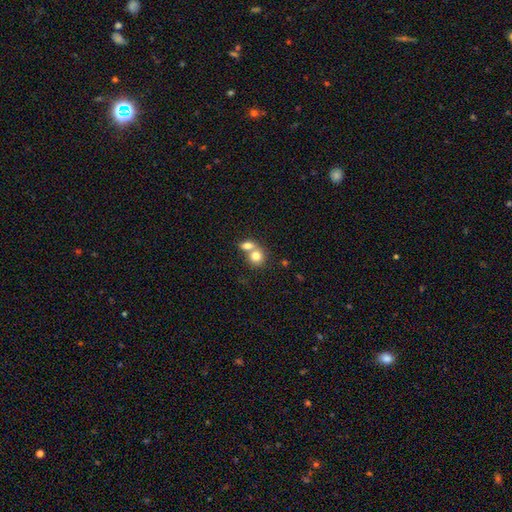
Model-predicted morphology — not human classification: smooth-or-featured: smooth: 77% | featured or disk: 14% | star or artifact: 9%
  how-rounded: round: 71% | in between: 28% | cigar-shaped: 1%
  merging: merger: 63% | none: 28% | minor disturbance: 6% | major disturbance: 3%